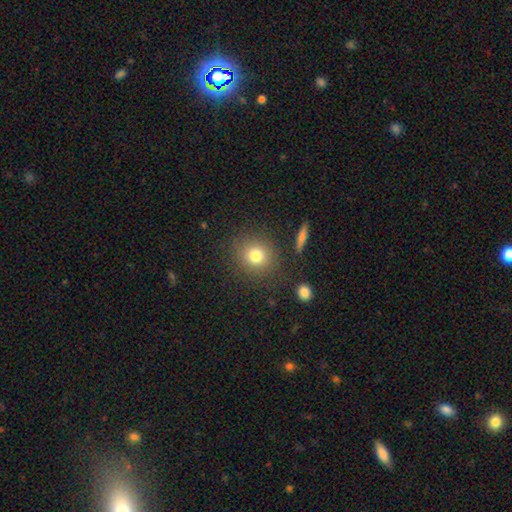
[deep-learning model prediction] smooth-or-featured: smooth: 78% | star or artifact: 12% | featured or disk: 9%
  how-rounded: round: 86% | in between: 13% | cigar-shaped: 1%
  merging: none: 84% | minor disturbance: 9% | major disturbance: 4% | merger: 3%